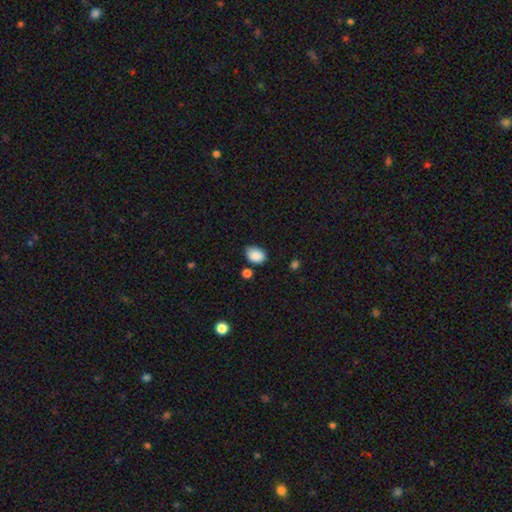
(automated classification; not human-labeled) Smooth or featured? smooth (89%)
How rounded? in between (79%)
Merging? none (73%)